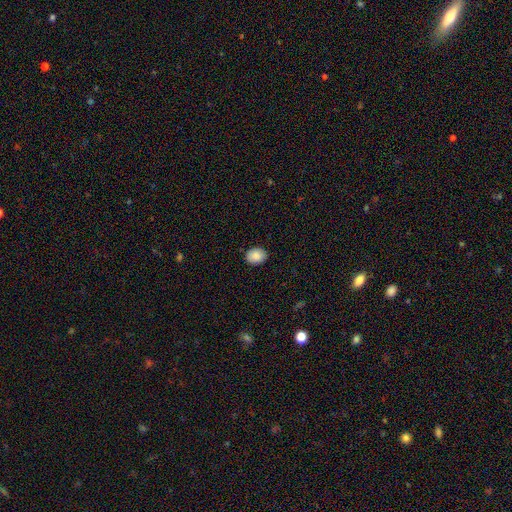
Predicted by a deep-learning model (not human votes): The model was most divided on "how rounded": in between: 50%, round: 49%, cigar-shaped: 1%. More confident: merging — none (88%); smooth or featured — smooth (87%).